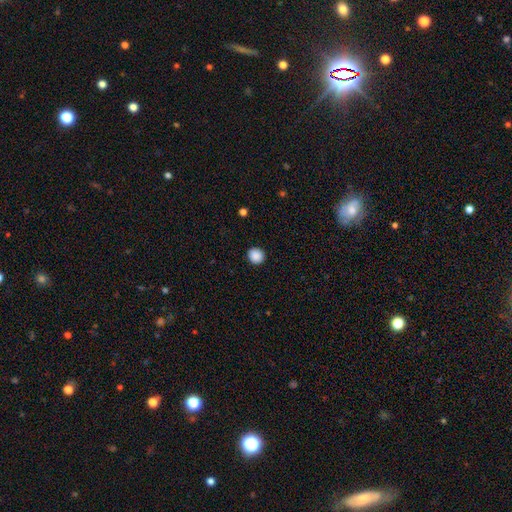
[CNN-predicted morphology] This is clearly a smooth galaxy (89%). How rounded: clearly round (88%). Merging: clearly none (92%).